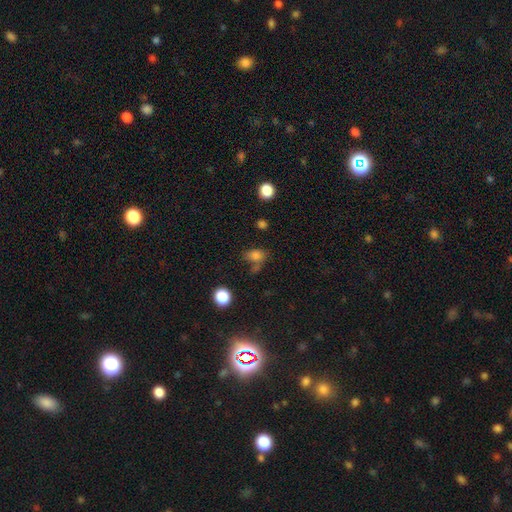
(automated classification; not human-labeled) smooth-or-featured: smooth: 77% | star or artifact: 14% | featured or disk: 9%
  how-rounded: in between: 71% | round: 27% | cigar-shaped: 2%
  merging: none: 49% | merger: 21% | minor disturbance: 19% | major disturbance: 11%